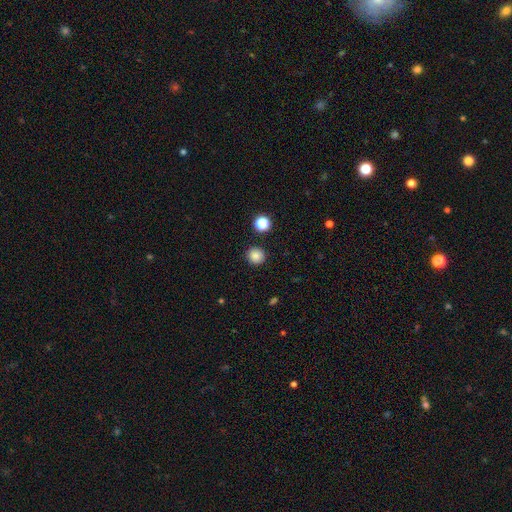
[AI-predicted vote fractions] Overall: smooth (85%). How rounded: round (93%). Merging: none (91%).